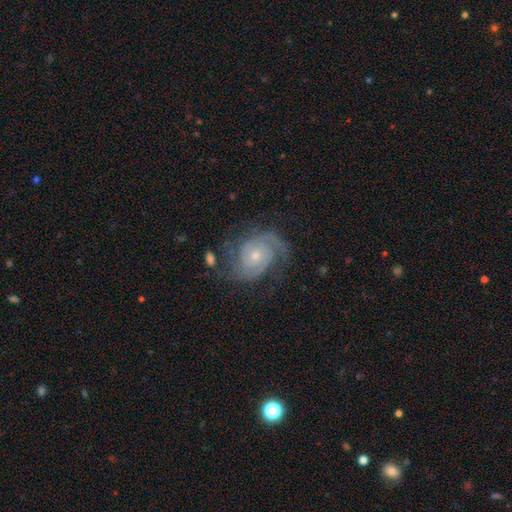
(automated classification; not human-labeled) A featured or disk galaxy (88%) with no bar (72%), 2 (63%) tight (57%) spiral arms (97%) and a small central bulge (61%).

Vote fractions:
- Smooth or featured? featured or disk: 88% / smooth: 6% / star or artifact: 6%
- Edge-on disk? no: 98% / yes: 2%
- Bar? no: 72% / weak: 23% / strong: 5%
- Spiral arms? yes: 97% / no: 3%
- Spiral winding? tight: 57% / medium: 34% / loose: 8%
- Spiral arm count? 2: 63% / 3: 14% / can't tell: 12% / 1: 4% / 4: 4% / more than 4: 3%
- Bulge size? small: 61% / moderate: 36% / large: 2% / none: 1% / dominant: 1%
- Merging? none: 70% / minor disturbance: 17% / major disturbance: 10% / merger: 2%